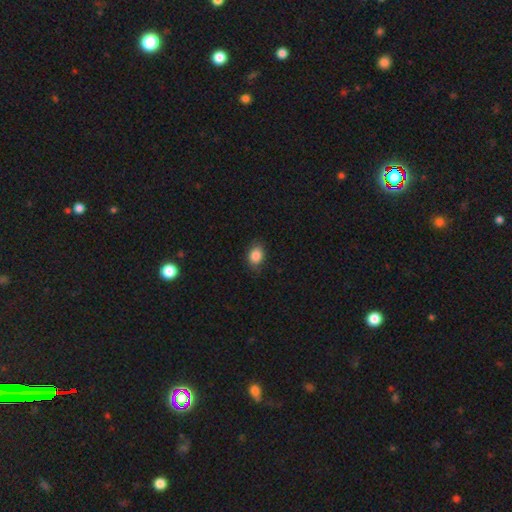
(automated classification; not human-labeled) This is clearly a smooth galaxy (86%). How rounded: likely in between (62%). Merging: clearly none (82%).